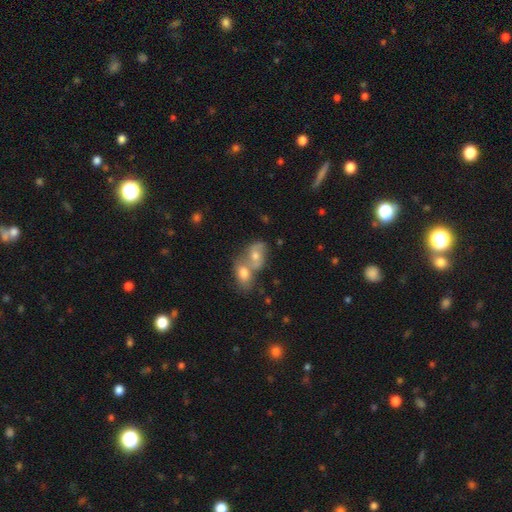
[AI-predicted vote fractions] Smooth or featured? Predicted: smooth (p=0.51). How rounded? Predicted: in between (p=0.74). Merging? Predicted: merger (p=0.67).